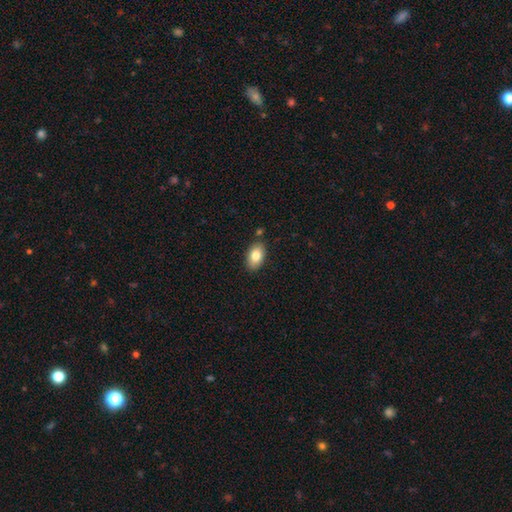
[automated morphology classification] Smooth or featured? Predicted: smooth (p=0.82). How rounded? Predicted: in between (p=0.91). Merging? Predicted: none (p=0.83).